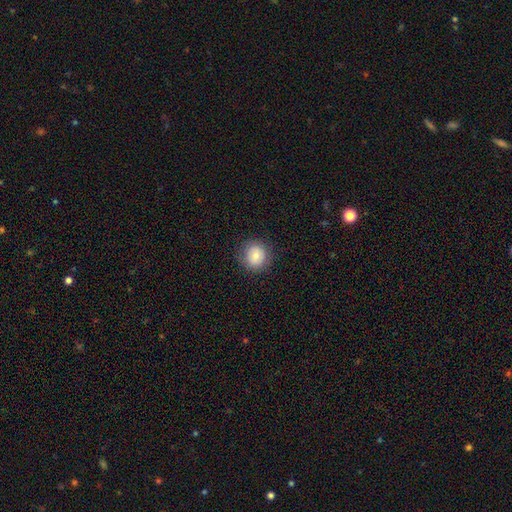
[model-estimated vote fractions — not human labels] smooth_or_featured: smooth (p=0.79) [alt: featured or disk p=0.12]
how_rounded: round (p=0.89) [alt: in between p=0.10]
merging: none (p=0.85) [alt: minor disturbance p=0.10]